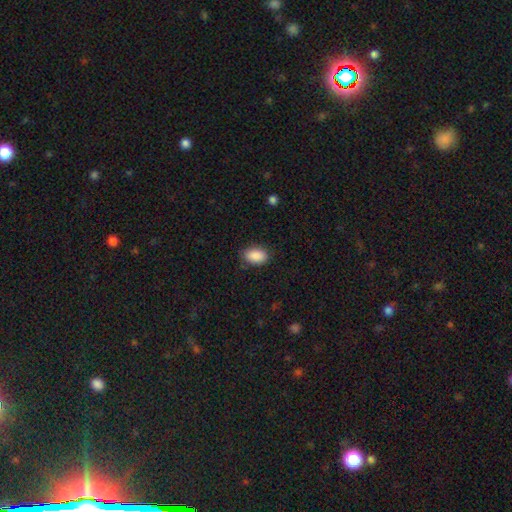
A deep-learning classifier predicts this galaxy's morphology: smooth_or_featured: smooth (p=0.89) [alt: star or artifact p=0.07]
how_rounded: in between (p=0.90) [alt: round p=0.09]
merging: none (p=0.81) [alt: minor disturbance p=0.15]